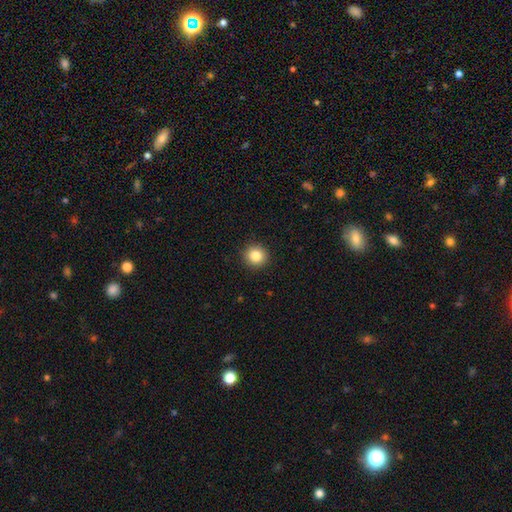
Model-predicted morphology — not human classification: Q: Smooth or featured?
A: smooth (84%); runner-up: star or artifact (10%)
Q: How rounded?
A: round (94%); runner-up: in between (5%)
Q: Merging?
A: none (93%); runner-up: minor disturbance (5%)